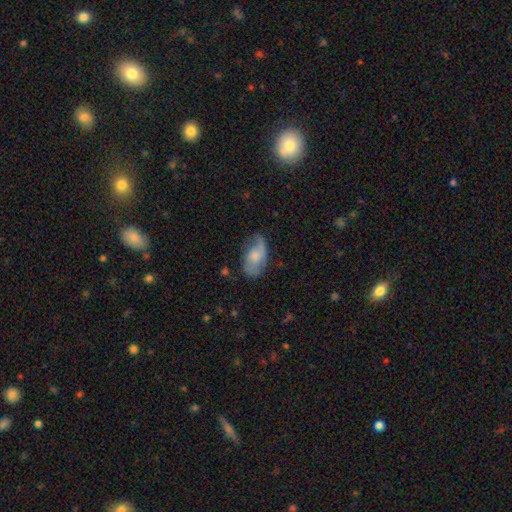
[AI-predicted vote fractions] This appears to be a featured or disk galaxy (49%). Merging: none (54%).